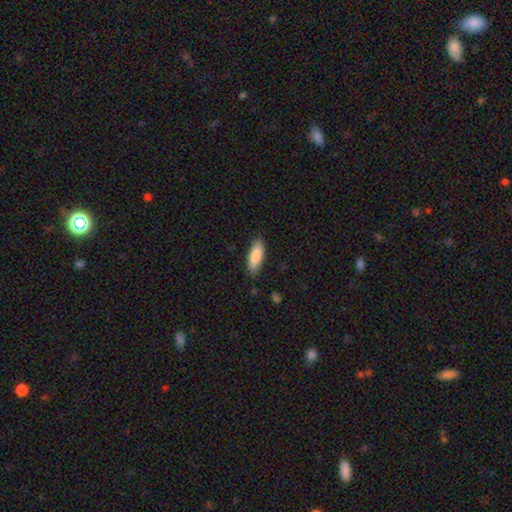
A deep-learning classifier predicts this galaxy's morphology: Smooth or featured? Predicted: smooth (p=0.85). How rounded? Predicted: in between (p=0.60). Merging? Predicted: none (p=0.84).